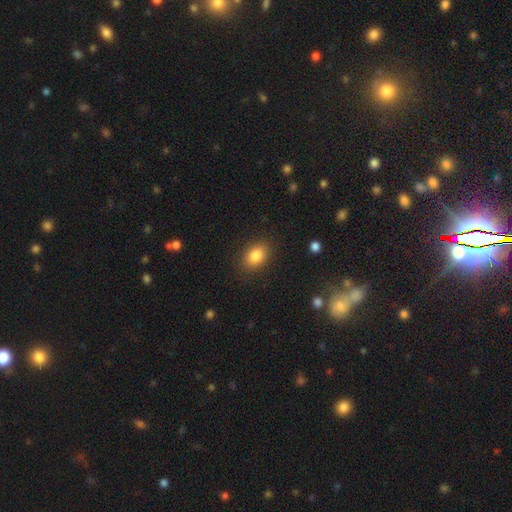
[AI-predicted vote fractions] Q: Smooth or featured?
A: smooth (85%); runner-up: star or artifact (9%)
Q: How rounded?
A: in between (78%); runner-up: round (21%)
Q: Merging?
A: none (87%); runner-up: minor disturbance (9%)